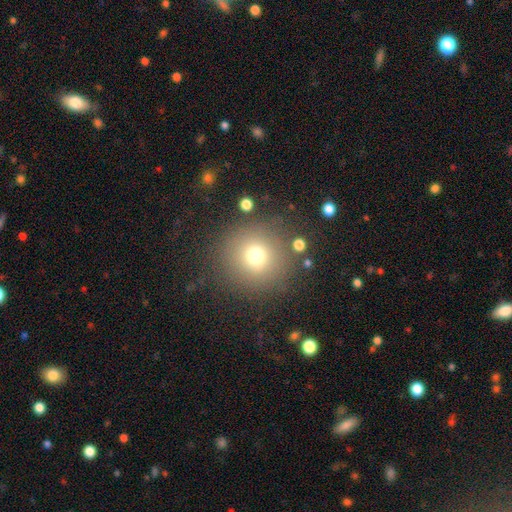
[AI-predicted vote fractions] A smooth galaxy with no disk features (71%) that is round (94%).

Vote fractions:
- Smooth or featured? smooth: 71% / star or artifact: 17% / featured or disk: 12%
- How rounded? round: 94% / in between: 5% / cigar-shaped: 1%
- Merging? none: 83% / minor disturbance: 9% / major disturbance: 5% / merger: 3%